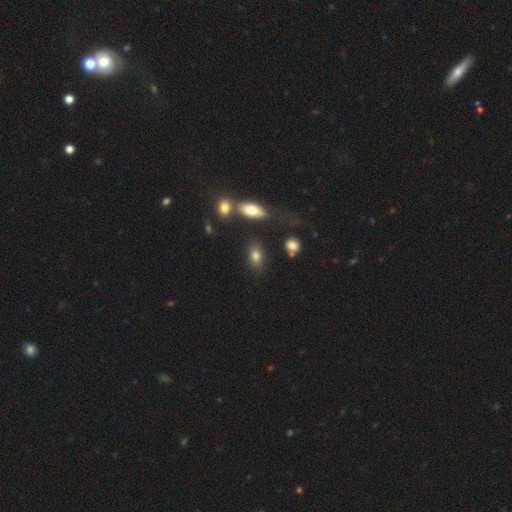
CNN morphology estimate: Smooth or featured? Predicted: smooth (p=0.81). How rounded? Predicted: in between (p=0.81). Merging? Predicted: none (p=0.75).